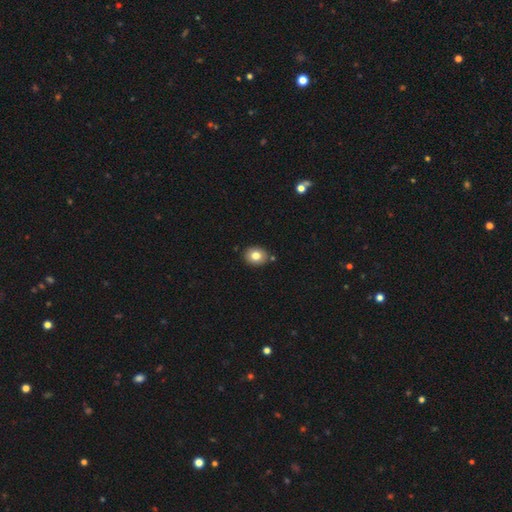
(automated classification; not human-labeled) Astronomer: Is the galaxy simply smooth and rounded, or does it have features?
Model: smooth — 80%.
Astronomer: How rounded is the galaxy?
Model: round — 59% (runner-up: in between, 40%).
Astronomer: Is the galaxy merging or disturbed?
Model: none — 83%.